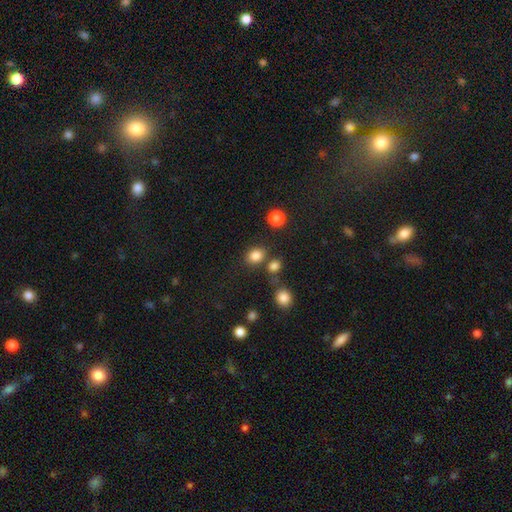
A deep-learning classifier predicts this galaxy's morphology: smooth_or_featured: smooth (p=0.83) [alt: star or artifact p=0.12]
how_rounded: round (p=0.51) [alt: in between p=0.48]
merging: none (p=0.73) [alt: minor disturbance p=0.11]